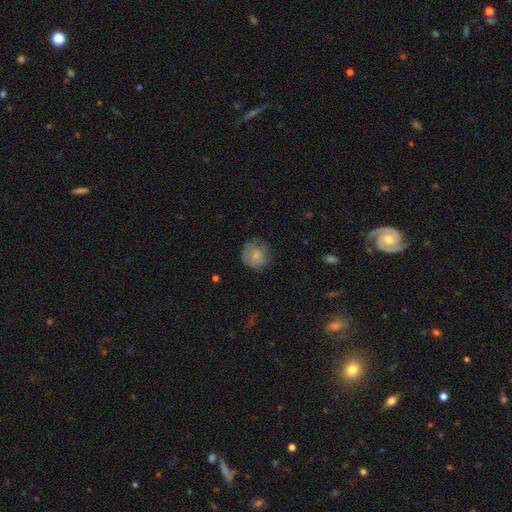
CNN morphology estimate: Smooth or featured? smooth (76%)
How rounded? round (90%)
Merging? none (68%)